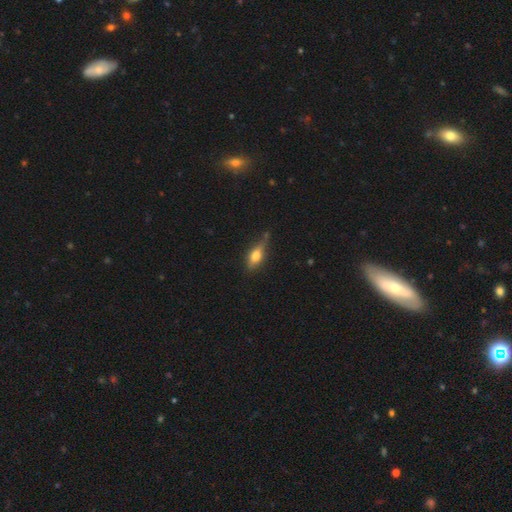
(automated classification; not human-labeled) smooth-or-featured: smooth: 55% | featured or disk: 36% | star or artifact: 9%
  how-rounded: in between: 62% | cigar-shaped: 33% | round: 5%
  merging: none: 61% | minor disturbance: 27% | major disturbance: 8% | merger: 5%